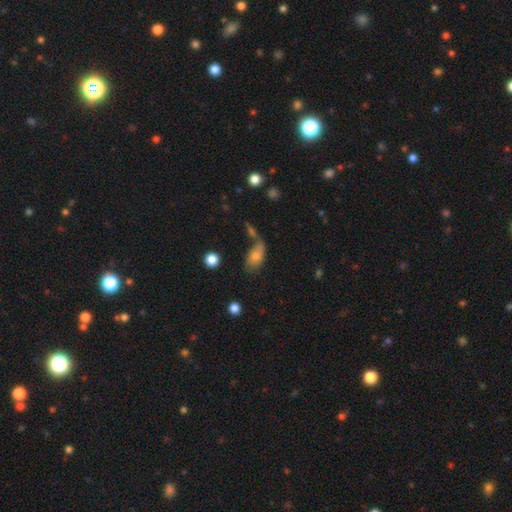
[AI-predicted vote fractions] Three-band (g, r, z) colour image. It shows a smooth galaxy with no disk features (75%) that is in between round and cigar-shaped (90%). Merging: none (39%).